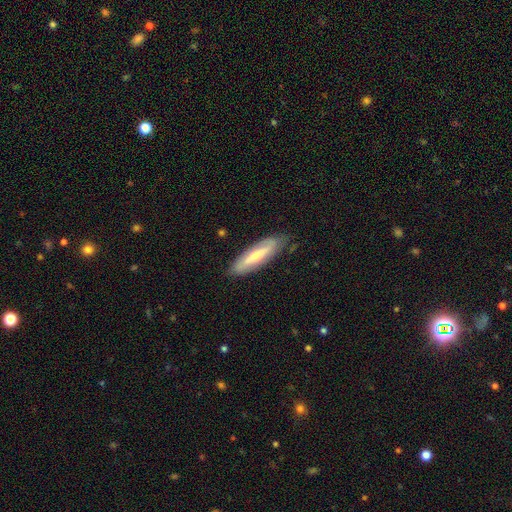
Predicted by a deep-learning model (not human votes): This is possibly a smooth galaxy (51%). How rounded: likely cigar-shaped (64%). Merging: likely none (79%).